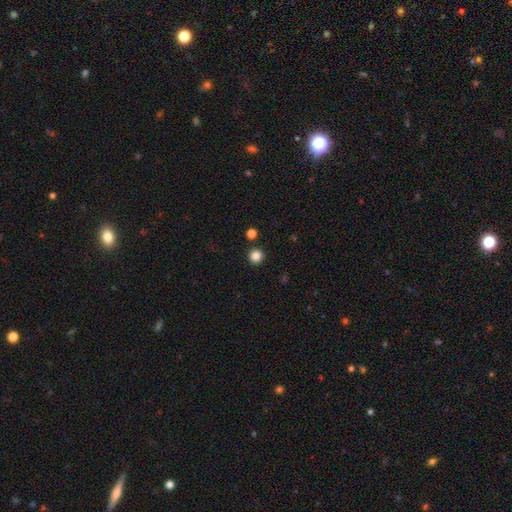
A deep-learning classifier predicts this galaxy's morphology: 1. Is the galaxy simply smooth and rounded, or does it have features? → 85% smooth, 12% star or artifact, 4% featured or disk.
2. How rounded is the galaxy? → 95% round, 4% in between, 1% cigar-shaped.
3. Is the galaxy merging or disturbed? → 91% none, 4% minor disturbance, 3% merger, 2% major disturbance.